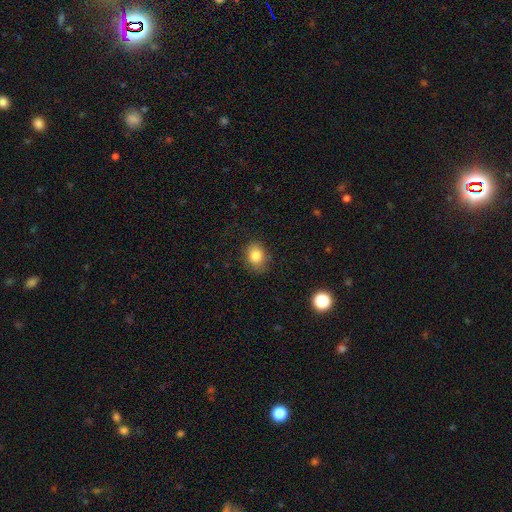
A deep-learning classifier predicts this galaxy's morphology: Q: Smooth or featured?
A: smooth (84%); runner-up: star or artifact (9%)
Q: How rounded?
A: in between (55%); runner-up: round (44%)
Q: Merging?
A: none (78%); runner-up: minor disturbance (16%)